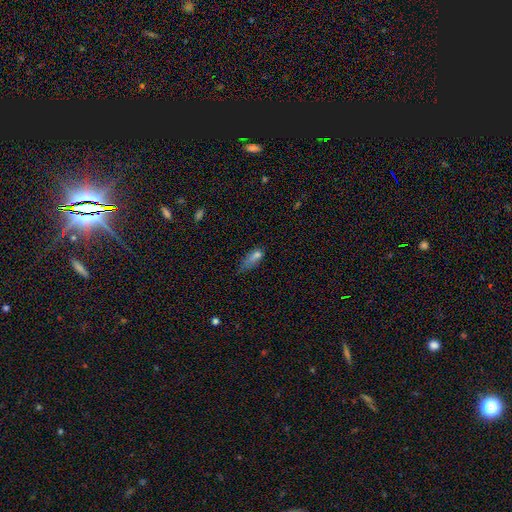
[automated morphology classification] The model was most divided on "merging" (2-way tie): minor disturbance: 32%, none: 32%, major disturbance: 30%, merger: 6%. More confident: smooth or featured — smooth (70%); how rounded — in between (66%).